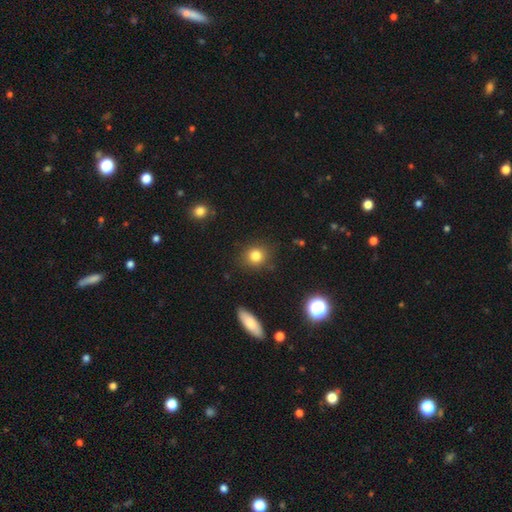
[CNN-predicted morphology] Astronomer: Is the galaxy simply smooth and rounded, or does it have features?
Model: smooth — 82%.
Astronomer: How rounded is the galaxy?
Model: round — 83%.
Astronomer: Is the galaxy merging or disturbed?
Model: none — 86%.